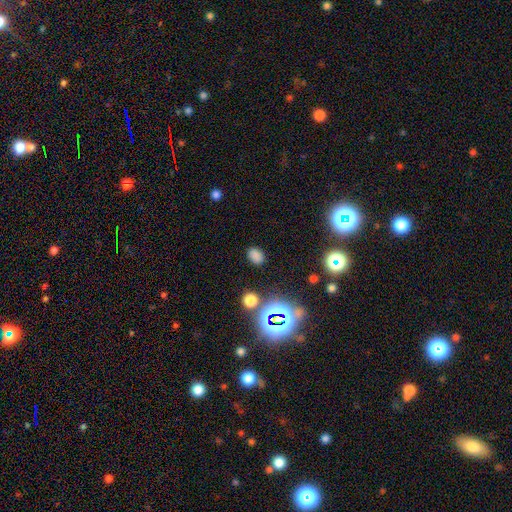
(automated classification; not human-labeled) Overall: smooth (73%). How rounded: in between (76%). Merging: none (83%).